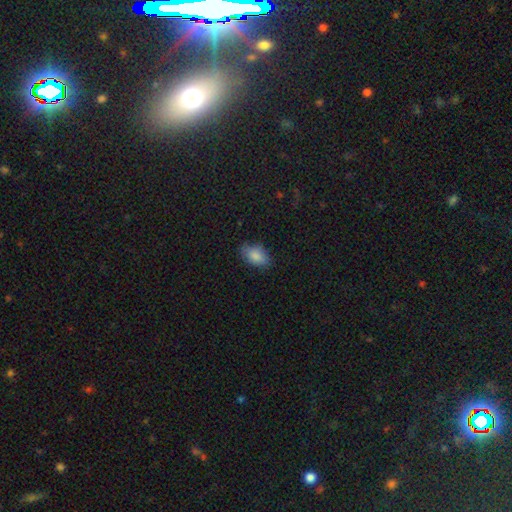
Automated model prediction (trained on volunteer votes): Smooth or featured? smooth (86%)
How rounded? in between (91%)
Merging? none (77%)